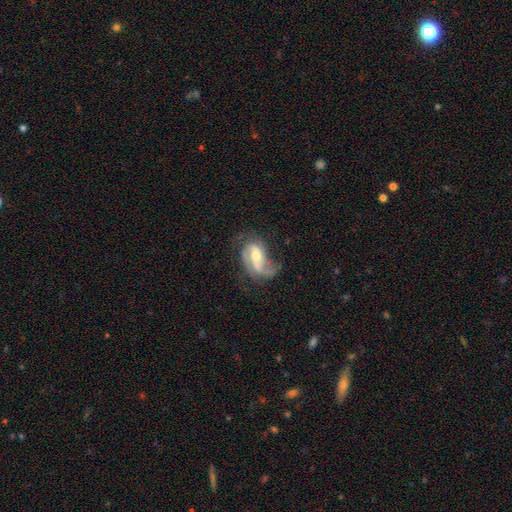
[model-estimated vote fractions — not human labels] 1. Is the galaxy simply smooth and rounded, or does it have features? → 80% featured or disk, 13% smooth, 6% star or artifact.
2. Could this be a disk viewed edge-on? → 97% no, 3% yes.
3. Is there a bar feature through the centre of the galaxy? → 45% weak, 37% no, 18% strong.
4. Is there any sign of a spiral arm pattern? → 92% yes, 8% no.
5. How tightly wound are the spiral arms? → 44% medium, 36% loose, 20% tight.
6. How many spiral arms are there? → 52% 2, 19% 1, 12% can't tell, 12% 3, 2% 4, 2% more than 4.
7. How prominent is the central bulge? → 59% moderate, 29% small, 7% large, 4% none, 1% dominant.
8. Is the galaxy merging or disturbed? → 42% none, 31% major disturbance, 24% minor disturbance, 3% merger.